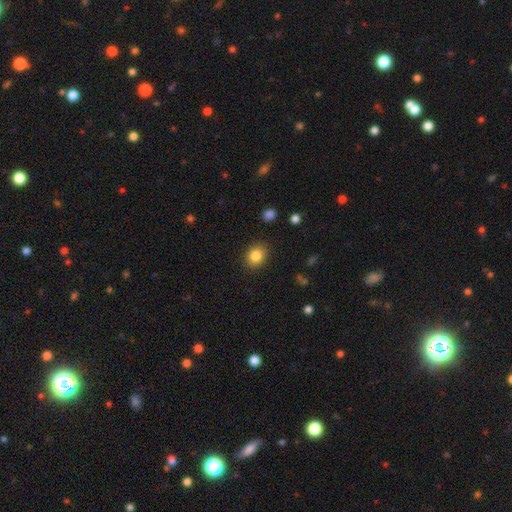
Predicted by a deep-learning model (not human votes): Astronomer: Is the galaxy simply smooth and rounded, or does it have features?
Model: smooth — 84%.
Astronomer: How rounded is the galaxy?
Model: round — 58% (runner-up: in between, 41%).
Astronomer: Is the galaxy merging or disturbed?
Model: none — 88%.